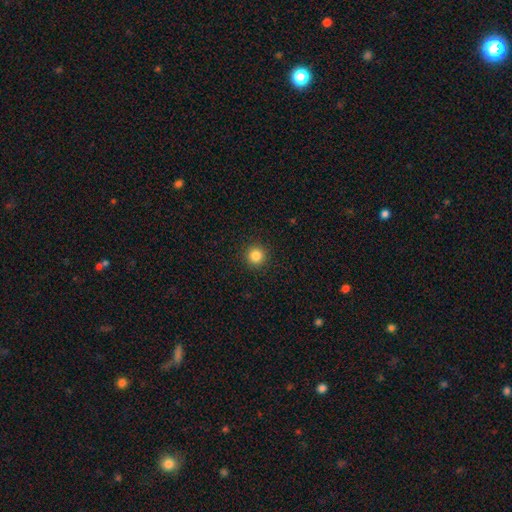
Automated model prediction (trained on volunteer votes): This is clearly a smooth galaxy (85%). How rounded: clearly round (96%). Merging: clearly none (93%).